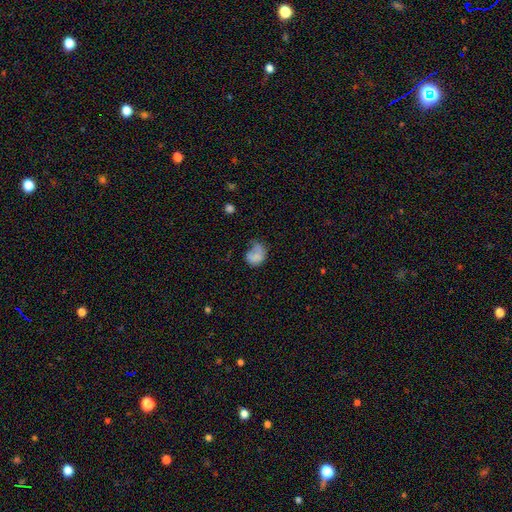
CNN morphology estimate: This appears to be a smooth galaxy with no disk features (70%) that is in between round and cigar-shaped (52%). Merging: minor disturbance (32%).